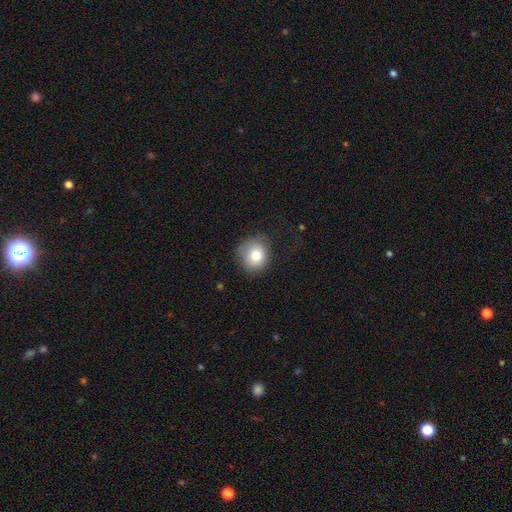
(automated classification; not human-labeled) Smooth or featured?
  - smooth: 79% *
  - featured or disk: 12%
  - star or artifact: 9%
How rounded?
  - round: 78% *
  - in between: 21%
  - cigar-shaped: 1%
Merging?
  - none: 64% *
  - minor disturbance: 25%
  - major disturbance: 10%
  - merger: 1%